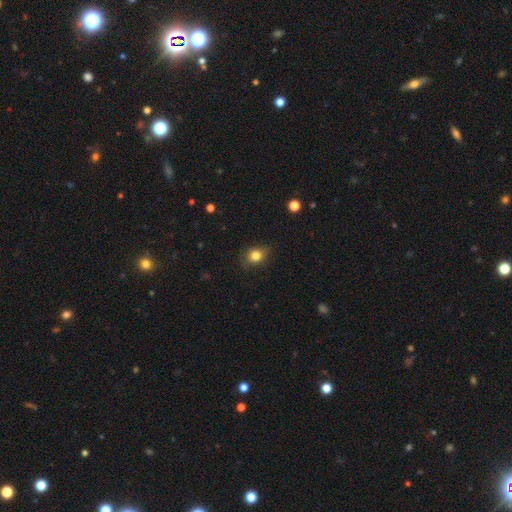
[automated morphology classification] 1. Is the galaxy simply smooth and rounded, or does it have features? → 82% smooth, 10% star or artifact, 8% featured or disk.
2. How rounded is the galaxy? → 54% round, 44% in between, 1% cigar-shaped.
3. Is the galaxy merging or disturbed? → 75% none, 19% minor disturbance, 4% major disturbance, 1% merger.